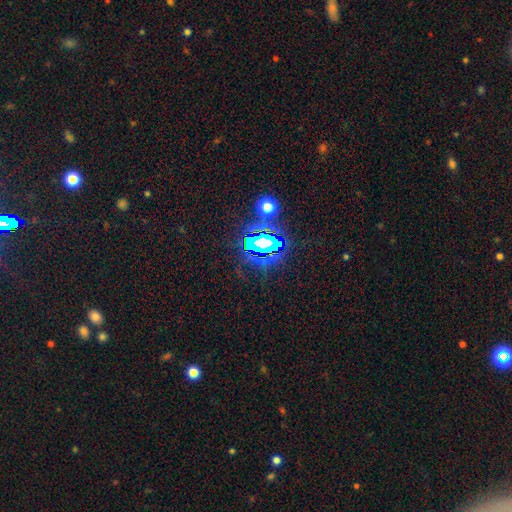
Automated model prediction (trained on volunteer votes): This appears to be a star or artifact, not a galaxy (77%).